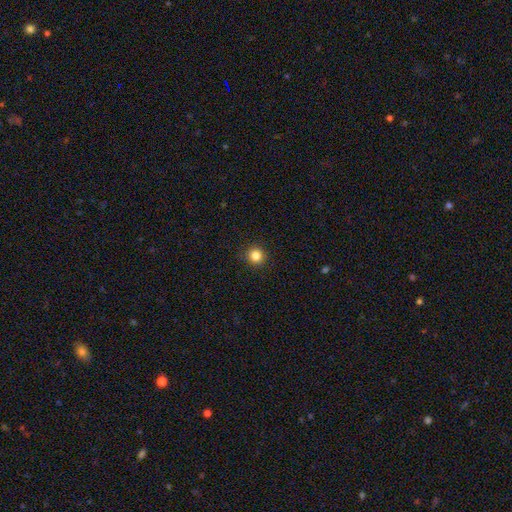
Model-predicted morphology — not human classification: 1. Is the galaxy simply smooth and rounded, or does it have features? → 85% smooth, 11% star or artifact, 4% featured or disk.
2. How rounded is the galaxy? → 95% round, 4% in between, 1% cigar-shaped.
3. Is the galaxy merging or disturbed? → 92% none, 5% minor disturbance, 2% major disturbance, 1% merger.